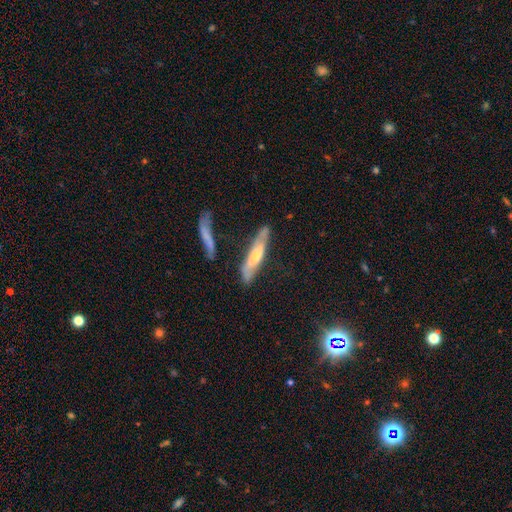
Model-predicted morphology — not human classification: Q: Smooth or featured?
A: featured or disk (53%); runner-up: smooth (40%)
Q: Edge-on disk?
A: yes (65%); runner-up: no (35%)
Q: Merging?
A: none (65%); runner-up: minor disturbance (21%)